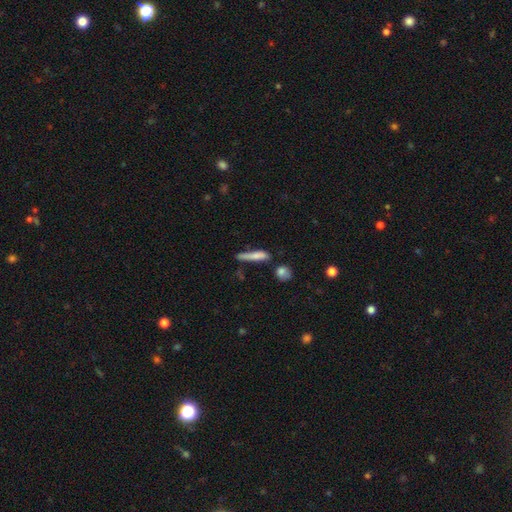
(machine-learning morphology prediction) This is likely a smooth galaxy (70%). How rounded: clearly cigar-shaped (86%). Merging: possibly none (55%).